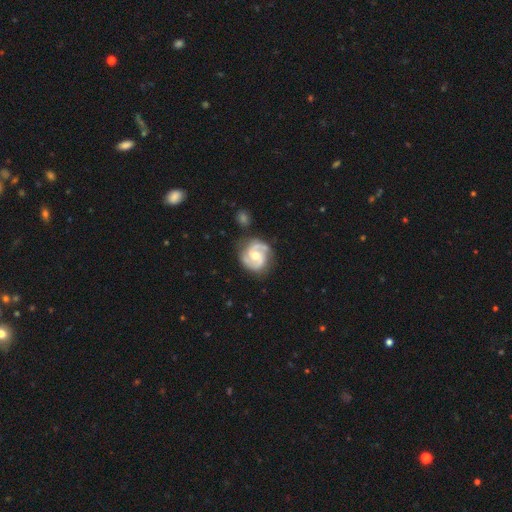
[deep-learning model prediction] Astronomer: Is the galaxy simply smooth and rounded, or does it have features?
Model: featured or disk — 87%.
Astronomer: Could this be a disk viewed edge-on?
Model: no — 98%.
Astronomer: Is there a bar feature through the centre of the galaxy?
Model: no — 51% (runner-up: weak, 39%).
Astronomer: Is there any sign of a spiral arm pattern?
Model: yes — 97%.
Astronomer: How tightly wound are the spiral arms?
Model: medium — 52% (runner-up: tight, 35%).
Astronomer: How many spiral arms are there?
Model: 2 — 88%.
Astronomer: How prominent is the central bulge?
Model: moderate — 65%.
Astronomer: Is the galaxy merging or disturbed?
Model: none — 78%.